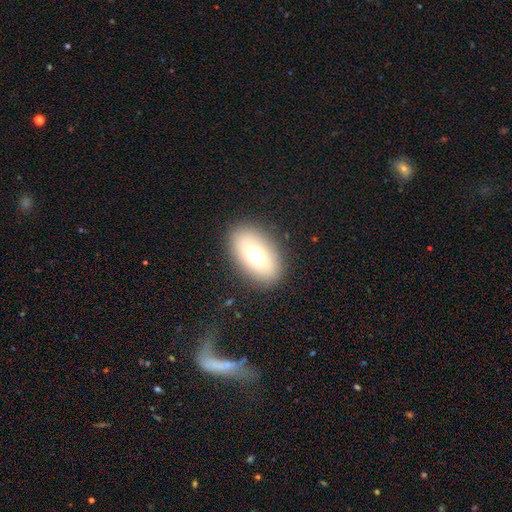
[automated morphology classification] smooth-or-featured: smooth: 70% | featured or disk: 19% | star or artifact: 11%
  how-rounded: in between: 87% | round: 11% | cigar-shaped: 2%
  merging: none: 86% | minor disturbance: 9% | major disturbance: 4% | merger: 1%